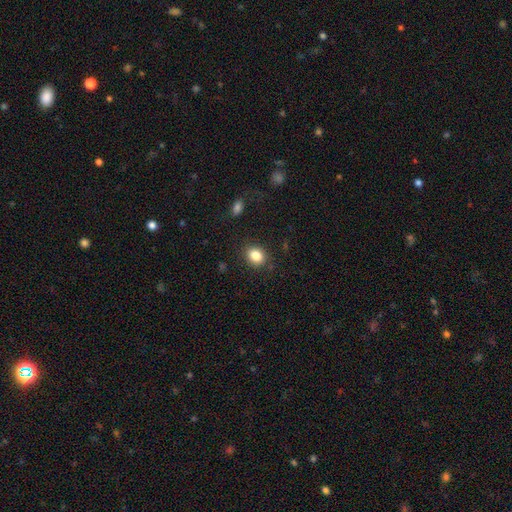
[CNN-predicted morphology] smooth-or-featured: smooth: 84% | star or artifact: 10% | featured or disk: 6%
  how-rounded: in between: 52% | round: 47% | cigar-shaped: 1%
  merging: none: 86% | minor disturbance: 10% | major disturbance: 3% | merger: 1%